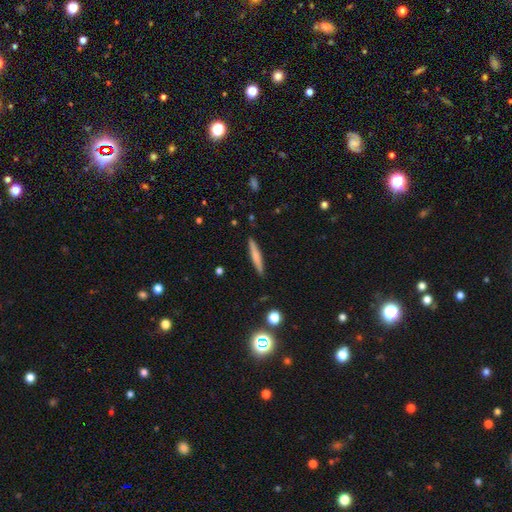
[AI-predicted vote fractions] This appears to be a smooth galaxy with no disk features (62%) that is cigar-shaped (94%). Merging: none (90%).